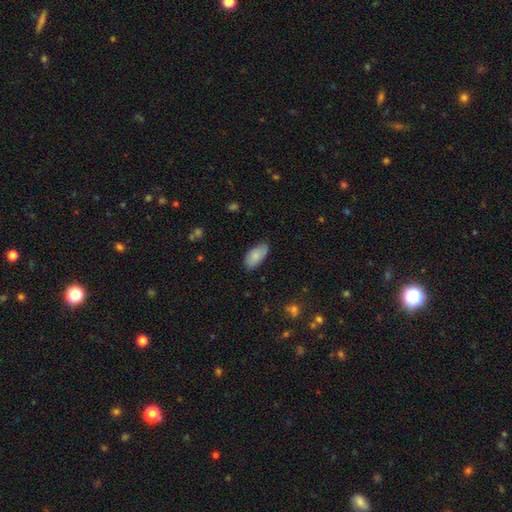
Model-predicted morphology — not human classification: The model was most divided on "merging": none: 77%, minor disturbance: 19%, major disturbance: 3%, merger: 1%. More confident: how rounded — in between (93%); smooth or featured — smooth (84%).